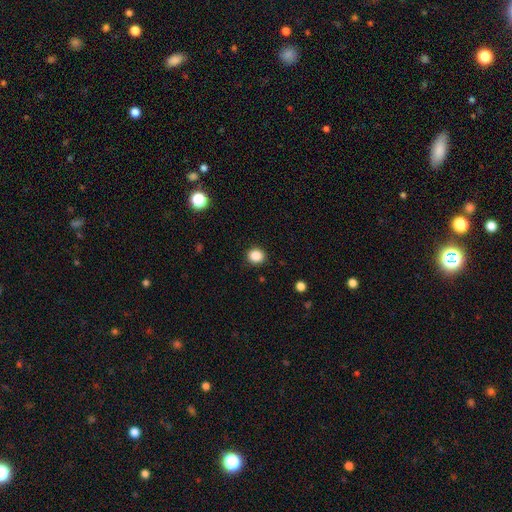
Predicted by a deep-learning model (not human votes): Morphology: type=smooth (86%); roundness=round (83%); merging=none (91%).